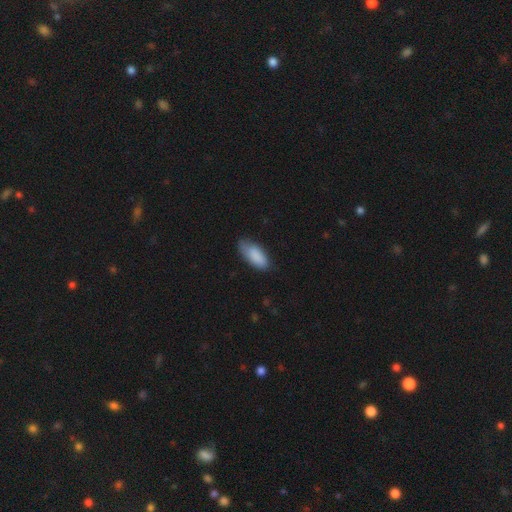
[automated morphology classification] A smooth galaxy with no disk features (87%) that is in between round and cigar-shaped (85%).

Vote fractions:
- Smooth or featured? smooth: 87% / featured or disk: 7% / star or artifact: 6%
- How rounded? in between: 85% / cigar-shaped: 13% / round: 2%
- Merging? none: 69% / minor disturbance: 25% / major disturbance: 4% / merger: 1%